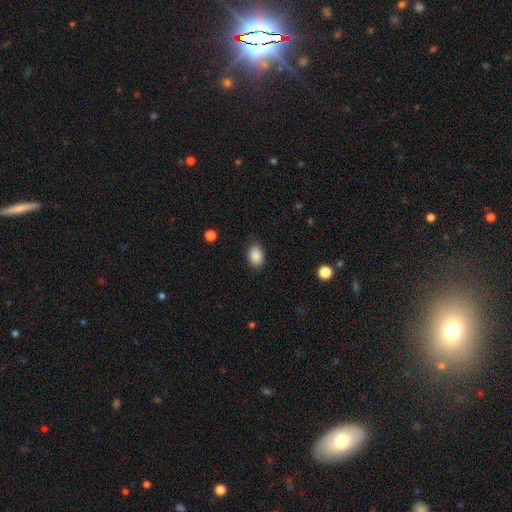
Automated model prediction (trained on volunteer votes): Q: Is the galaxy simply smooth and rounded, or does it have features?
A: smooth — 89%.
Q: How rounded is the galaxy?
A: in between — 80%.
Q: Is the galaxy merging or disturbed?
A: none — 83%.